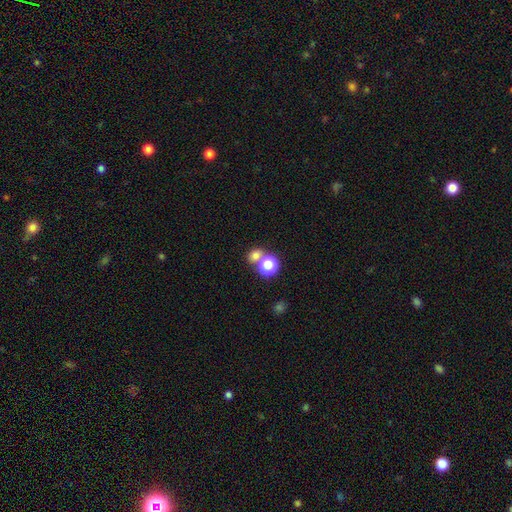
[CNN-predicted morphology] smooth 72%, star or artifact 21%, featured or disk 8%. Down the decision tree: how rounded — round (63%); merging — none (57%).